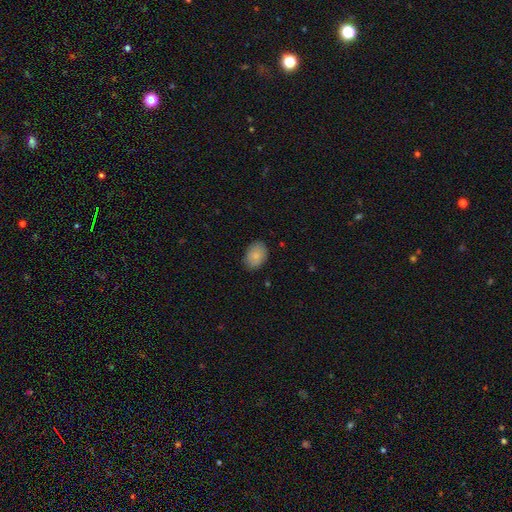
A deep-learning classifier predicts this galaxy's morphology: Smooth or featured? Predicted: smooth (p=0.85). How rounded? Predicted: in between (p=0.81). Merging? Predicted: none (p=0.84).